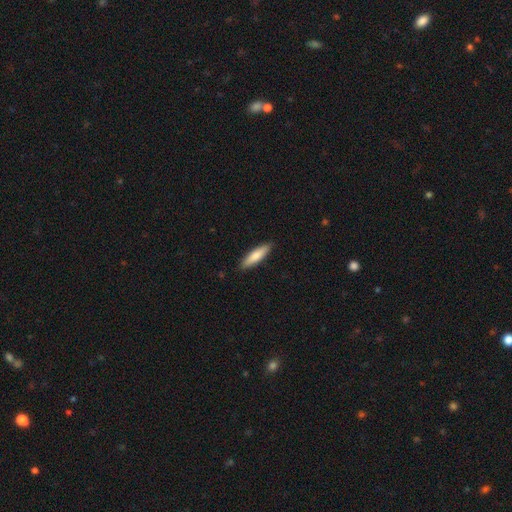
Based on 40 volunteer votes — smooth-or-featured: smooth: 75% | featured or disk: 20% | star or artifact: 5%
  how-rounded: cigar-shaped: 70% | in between: 27% | round: 3%
  merging: none: 89% | minor disturbance: 8% | major disturbance: 3% | merger: 0%